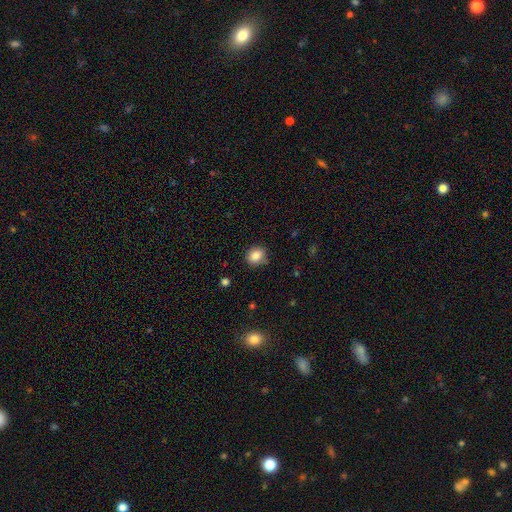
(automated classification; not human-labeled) The model was most divided on "how rounded": round: 69%, in between: 30%, cigar-shaped: 1%. More confident: smooth or featured — smooth (85%); merging — none (82%).